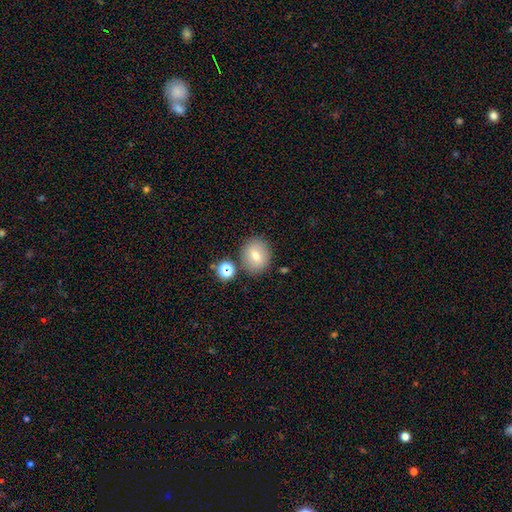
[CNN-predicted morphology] smooth-or-featured: smooth: 72% | featured or disk: 16% | star or artifact: 12%
  how-rounded: round: 67% | in between: 32% | cigar-shaped: 1%
  merging: none: 80% | minor disturbance: 10% | merger: 7% | major disturbance: 3%